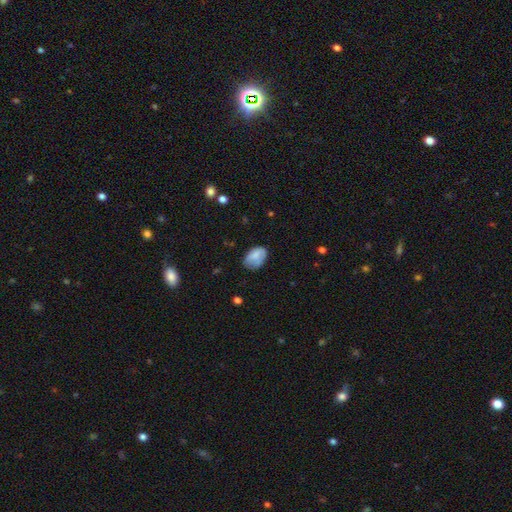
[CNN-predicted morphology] Overall: smooth (76%). How rounded: in between (88%). Merging: none (60%; minor disturbance 30%).